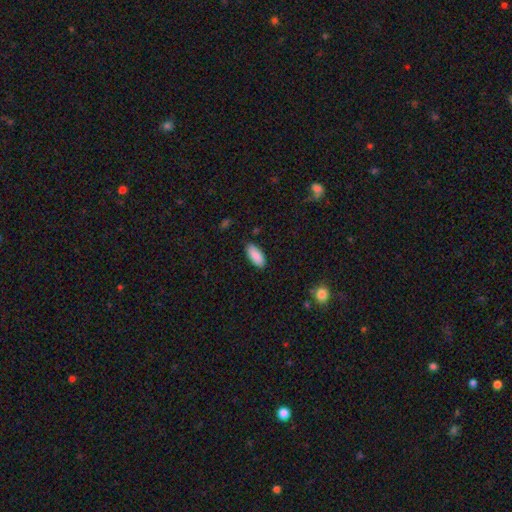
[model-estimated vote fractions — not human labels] smooth-or-featured: smooth: 89% | star or artifact: 6% | featured or disk: 5%
  how-rounded: in between: 86% | cigar-shaped: 12% | round: 2%
  merging: none: 85% | minor disturbance: 12% | major disturbance: 2% | merger: 1%